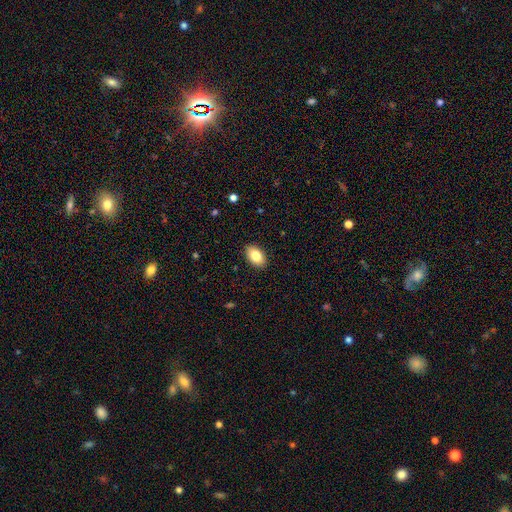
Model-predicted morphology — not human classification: The model was most divided on "smooth or featured": smooth: 85%, featured or disk: 8%, star or artifact: 7%. More confident: how rounded — in between (92%); merging — none (89%).